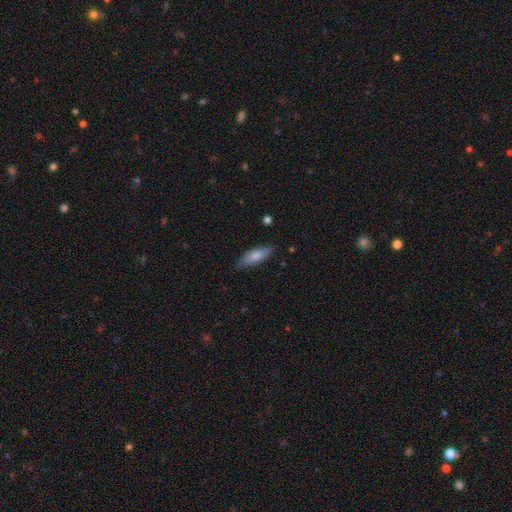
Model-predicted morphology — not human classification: The model was most divided on "how rounded": in between: 58%, cigar-shaped: 40%, round: 2%. More confident: merging — none (80%); smooth or featured — smooth (75%).